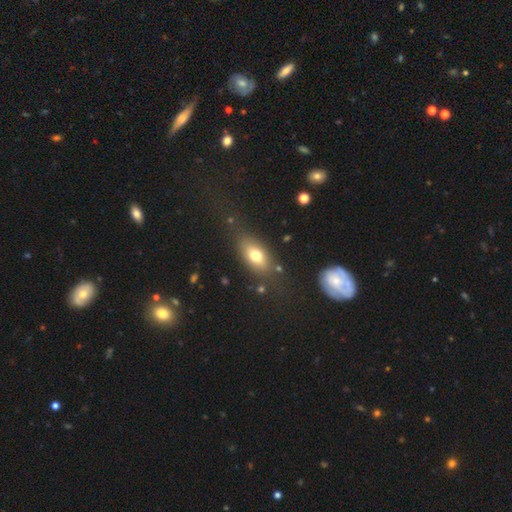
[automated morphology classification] Smooth or featured?
  - smooth: 72% *
  - featured or disk: 18%
  - star or artifact: 10%
How rounded?
  - in between: 82% *
  - cigar-shaped: 9%
  - round: 9%
Merging?
  - none: 72% *
  - minor disturbance: 17%
  - major disturbance: 7%
  - merger: 4%